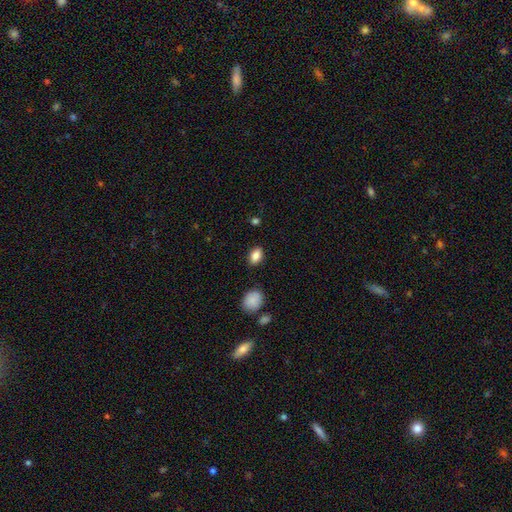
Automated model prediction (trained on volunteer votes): smooth_or_featured: smooth (p=0.86) [alt: star or artifact p=0.09]
how_rounded: in between (p=0.84) [alt: round p=0.14]
merging: none (p=0.86) [alt: minor disturbance p=0.10]